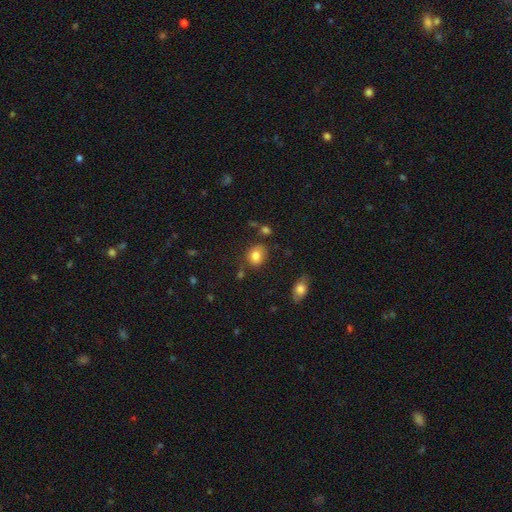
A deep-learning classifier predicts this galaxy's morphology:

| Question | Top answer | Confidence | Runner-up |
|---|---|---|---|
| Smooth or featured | smooth | 81% | star or artifact (10%) |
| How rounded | round | 55% | in between (44%) |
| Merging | none | 75% | minor disturbance (16%) |